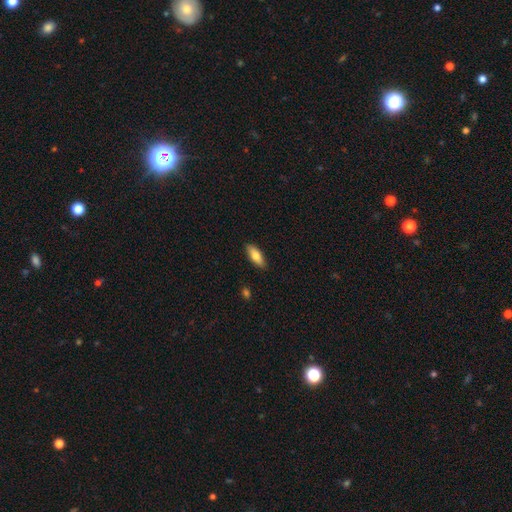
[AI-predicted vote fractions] Overall: smooth (77%). How rounded: in between (73%). Merging: none (88%).